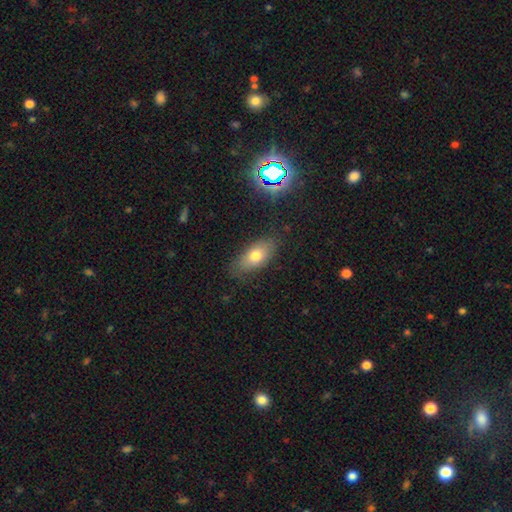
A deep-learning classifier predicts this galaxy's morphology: A smooth galaxy with no disk features (71%) that is in between round and cigar-shaped (88%).

Vote fractions:
- Smooth or featured? smooth: 71% / featured or disk: 19% / star or artifact: 9%
- How rounded? in between: 88% / cigar-shaped: 6% / round: 6%
- Merging? none: 76% / minor disturbance: 17% / major disturbance: 5% / merger: 2%